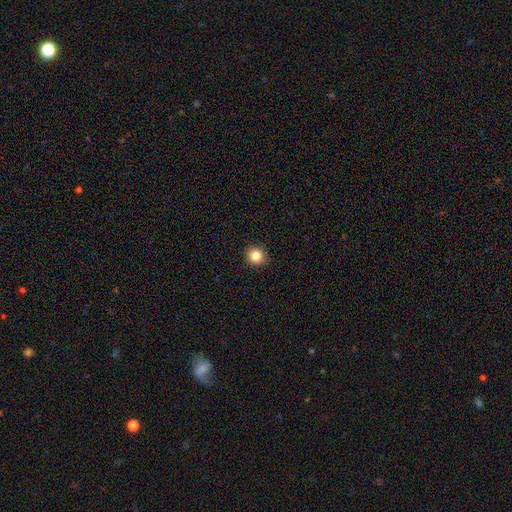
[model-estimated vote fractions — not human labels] This is clearly a smooth galaxy (85%). How rounded: clearly round (92%). Merging: clearly none (93%).